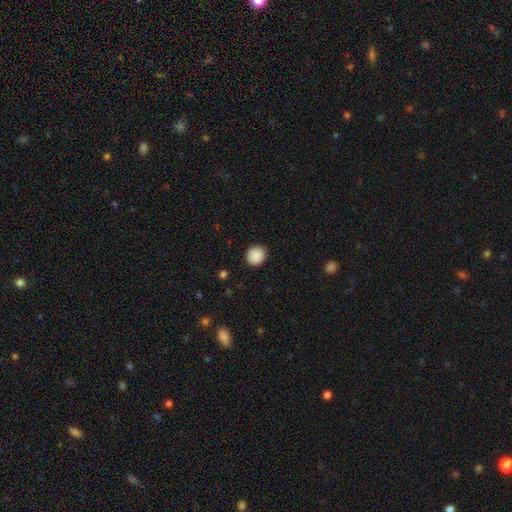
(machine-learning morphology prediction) Smooth or featured?
  - smooth: 89% *
  - star or artifact: 8%
  - featured or disk: 3%
How rounded?
  - round: 82% *
  - in between: 17%
  - cigar-shaped: 1%
Merging?
  - none: 88% *
  - minor disturbance: 9%
  - major disturbance: 2%
  - merger: 1%